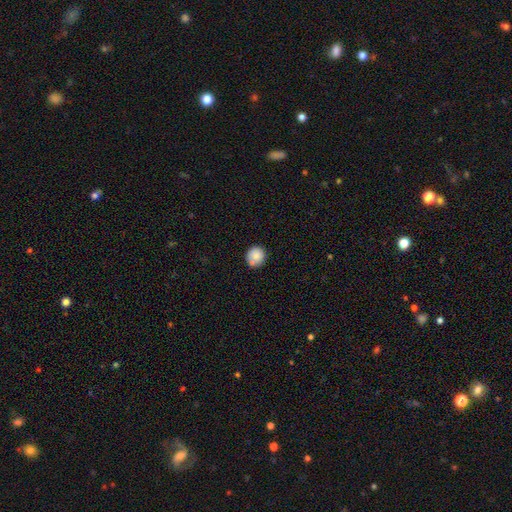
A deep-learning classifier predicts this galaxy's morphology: type=smooth (81%); roundness=round (92%); merging=none (70%).